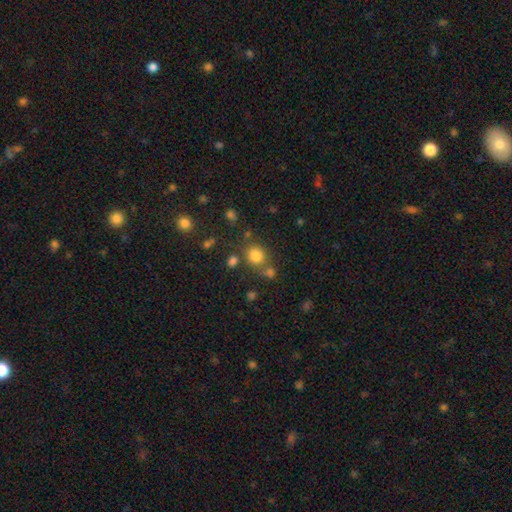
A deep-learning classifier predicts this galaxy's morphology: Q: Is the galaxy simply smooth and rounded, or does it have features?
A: smooth — 80%.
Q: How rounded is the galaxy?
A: round — 81%.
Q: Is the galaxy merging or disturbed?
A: none — 68%.